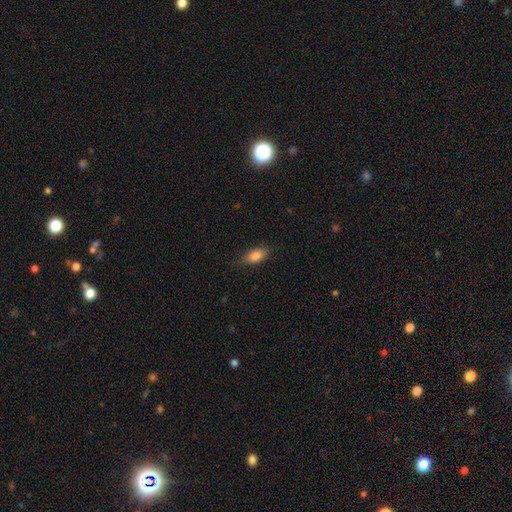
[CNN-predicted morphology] This is clearly a smooth galaxy (84%). How rounded: clearly in between (85%). Merging: clearly none (81%).